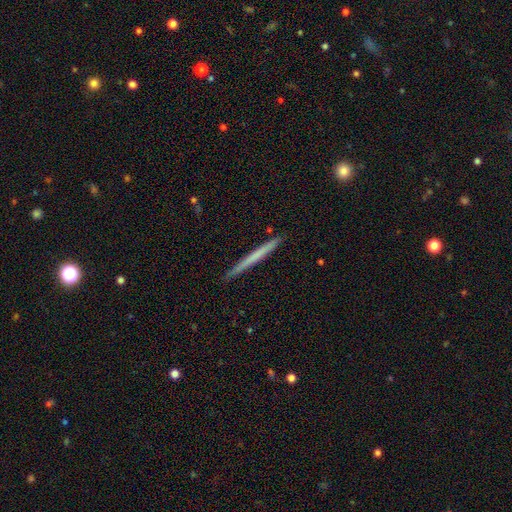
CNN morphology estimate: This appears to be a smooth galaxy with no disk features (52%) that is cigar-shaped (97%). Merging: none (92%).